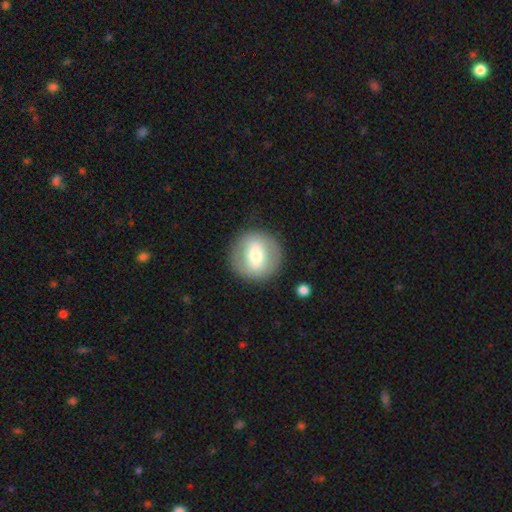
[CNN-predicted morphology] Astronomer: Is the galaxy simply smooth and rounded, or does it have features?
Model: smooth — 54% (runner-up: featured or disk, 39%).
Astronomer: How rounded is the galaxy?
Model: round — 91%.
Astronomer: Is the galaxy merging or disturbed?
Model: none — 87%.